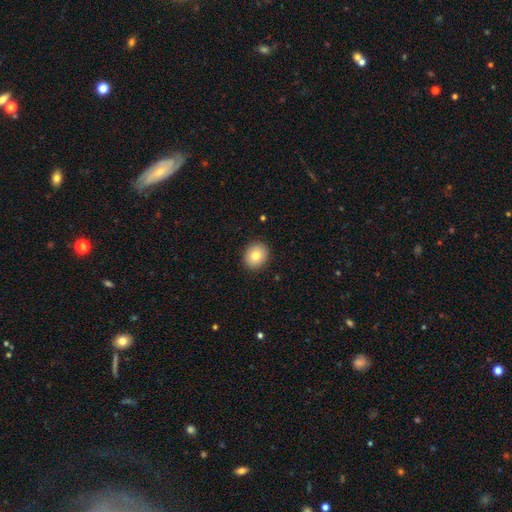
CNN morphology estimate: smooth_or_featured: smooth (p=0.79) [alt: featured or disk p=0.11]
how_rounded: round (p=0.71) [alt: in between p=0.28]
merging: none (p=0.90) [alt: minor disturbance p=0.07]